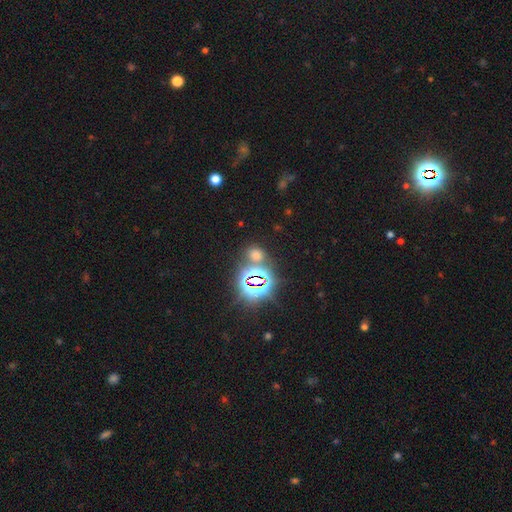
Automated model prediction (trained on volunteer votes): smooth_or_featured: star or artifact (p=0.51) [alt: smooth p=0.42]